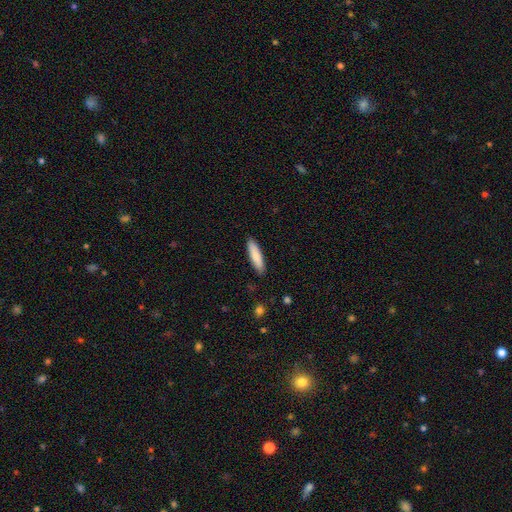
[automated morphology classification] A smooth galaxy with no disk features (81%) that is cigar-shaped (77%). Merging: none (90%).